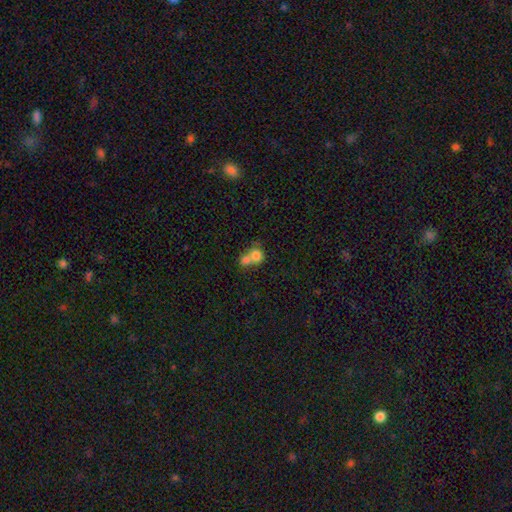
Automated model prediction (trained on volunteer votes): Smooth or featured? smooth (77%)
How rounded? round (81%)
Merging? merger (65%)